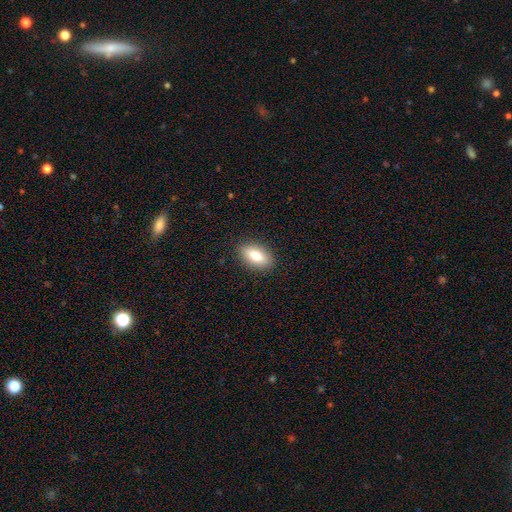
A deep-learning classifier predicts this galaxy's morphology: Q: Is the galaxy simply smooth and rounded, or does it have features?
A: smooth — 80%.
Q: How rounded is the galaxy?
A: in between — 88%.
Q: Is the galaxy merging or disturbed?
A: none — 88%.